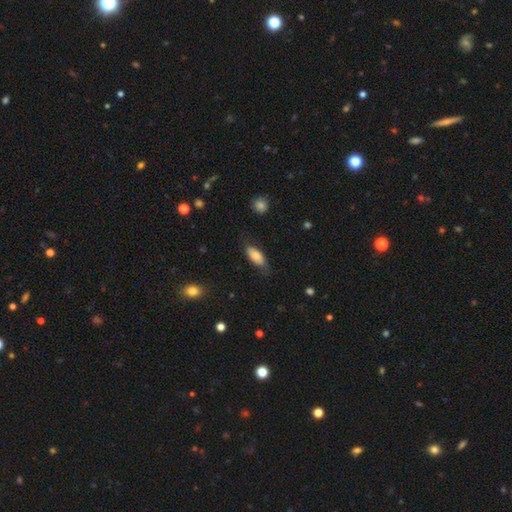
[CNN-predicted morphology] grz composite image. It shows a smooth galaxy with no disk features (74%) that is in between round and cigar-shaped (84%). Merging: none (69%).